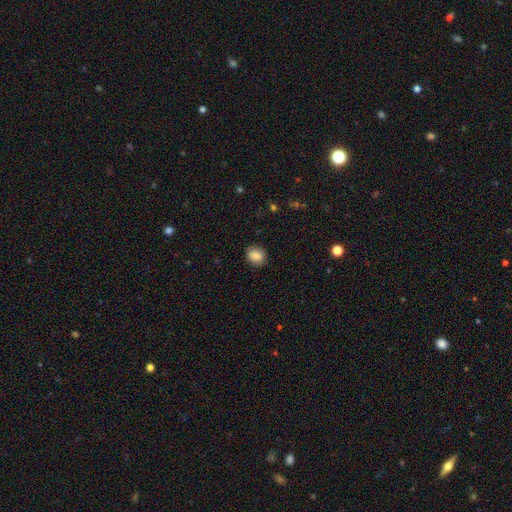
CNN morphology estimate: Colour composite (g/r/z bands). It shows a smooth galaxy with no disk features (86%) that is round (60%). Merging: none (88%).